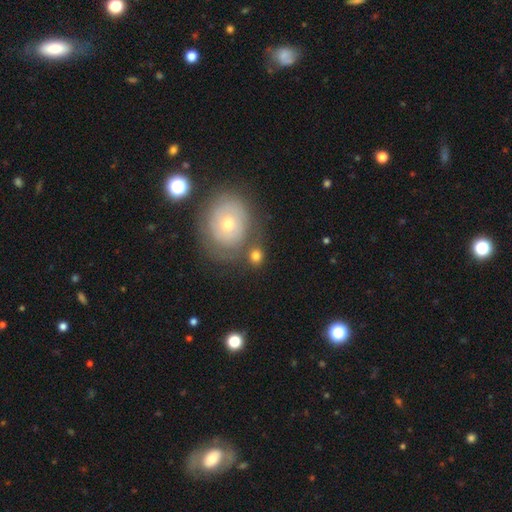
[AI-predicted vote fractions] smooth 68%, featured or disk 22%, star or artifact 10%. Down the decision tree: how rounded — round (69%); merging — none (64%).